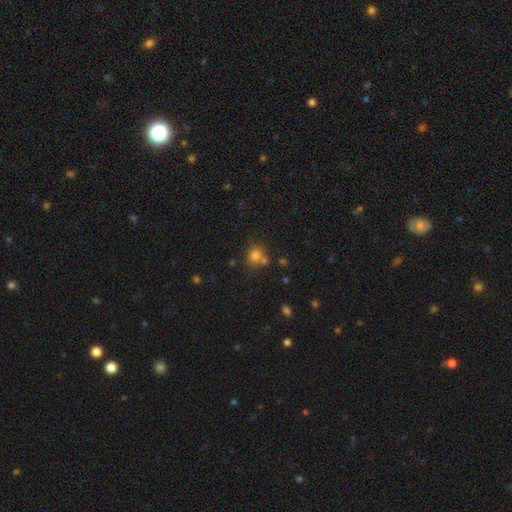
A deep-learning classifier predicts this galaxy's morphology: type=smooth (76%); roundness=round (78%); merging=none (60%).